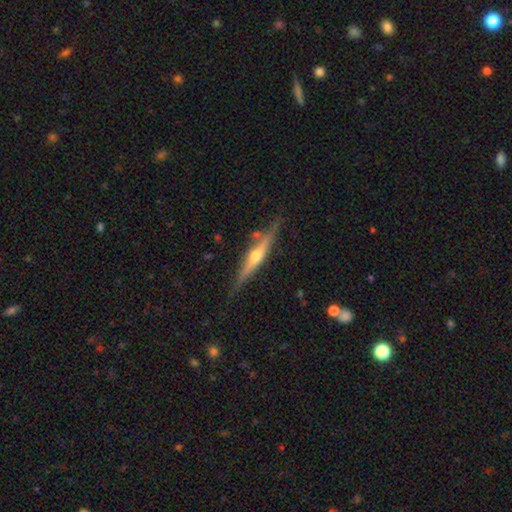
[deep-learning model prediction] smooth_or_featured: featured or disk (p=0.72) [alt: smooth p=0.22]
disk_edge_on: yes (p=0.97) [alt: no p=0.03]
edge_on_bulge: rounded (p=0.91) [alt: none p=0.05]
merging: none (p=0.81) [alt: minor disturbance p=0.13]